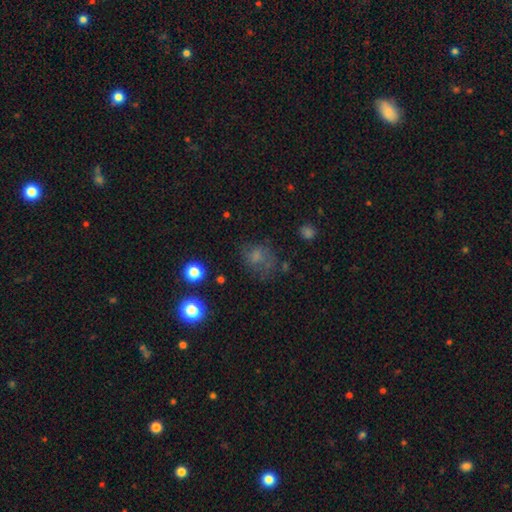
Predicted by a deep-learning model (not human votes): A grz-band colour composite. It shows a smooth galaxy with no disk features (57%) that is round (57%). Merging: none (54%).